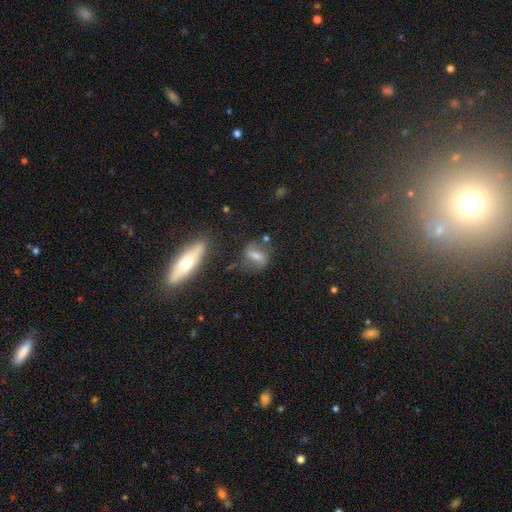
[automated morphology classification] Q: Smooth or featured?
A: featured or disk (48%); runner-up: smooth (38%)
Q: Merging?
A: none (67%); runner-up: minor disturbance (18%)